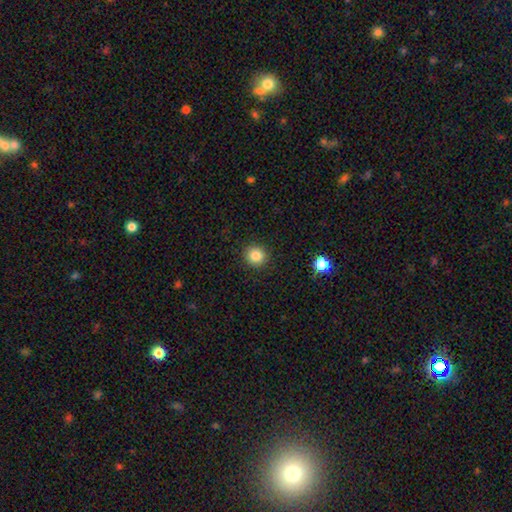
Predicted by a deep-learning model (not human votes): This is clearly a smooth galaxy (84%). How rounded: clearly round (93%). Merging: clearly none (92%).